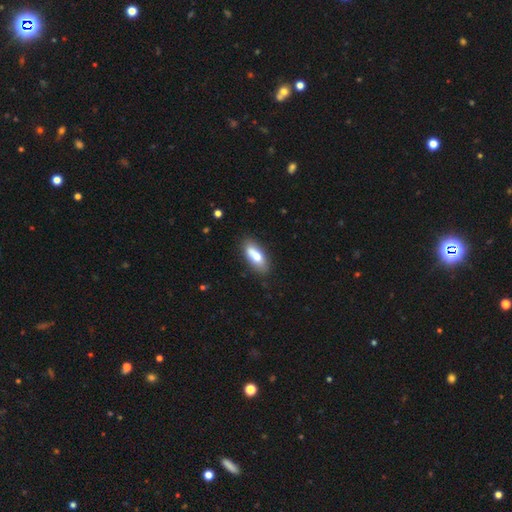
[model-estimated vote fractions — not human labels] A smooth galaxy with no disk features (69%) that is in between round and cigar-shaped (78%).

Vote fractions:
- Smooth or featured? smooth: 69% / featured or disk: 24% / star or artifact: 7%
- How rounded? in between: 78% / cigar-shaped: 20% / round: 2%
- Merging? none: 74% / minor disturbance: 17% / merger: 5% / major disturbance: 4%